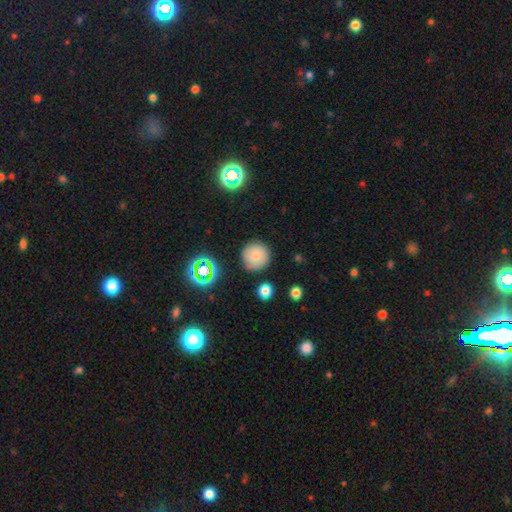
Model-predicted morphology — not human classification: type=smooth (76%); roundness=round (95%); merging=none (84%).